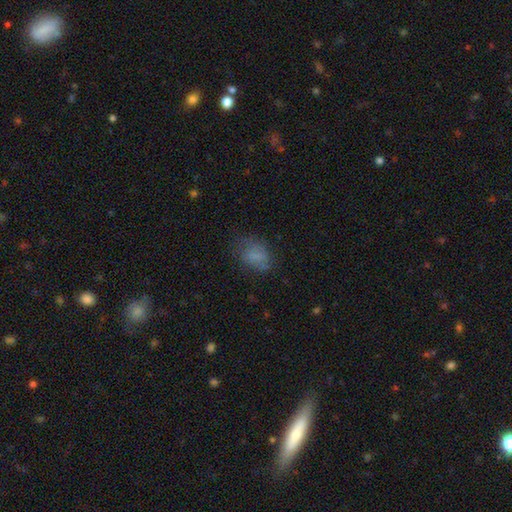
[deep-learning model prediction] Smooth or featured: smooth — 71% (featured or disk — 17%)
How rounded: in between — 73% (round — 25%)
Merging: none — 58% (minor disturbance — 25%)